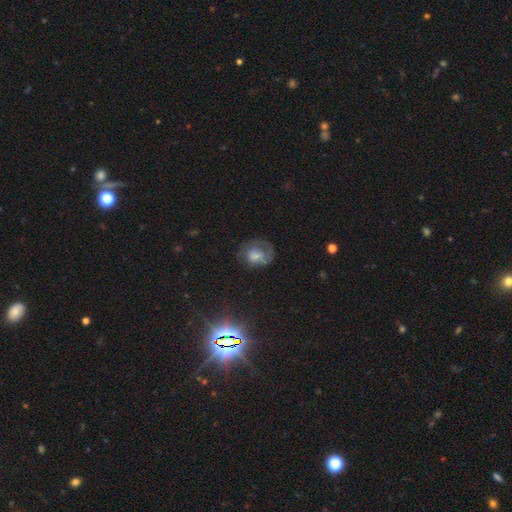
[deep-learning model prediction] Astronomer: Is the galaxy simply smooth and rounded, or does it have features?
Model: featured or disk — 45% (runner-up: smooth, 43%).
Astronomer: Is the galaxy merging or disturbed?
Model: none — 51%.